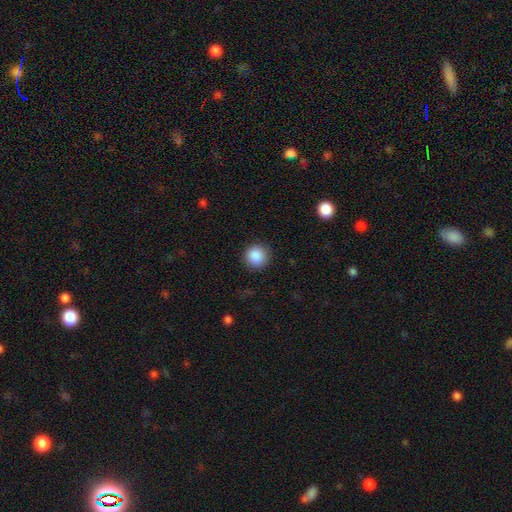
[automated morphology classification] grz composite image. It shows a smooth galaxy with no disk features (88%) that is round (94%). Merging: none (89%).